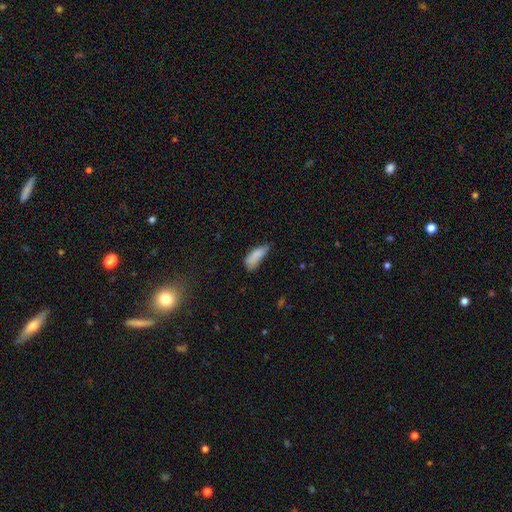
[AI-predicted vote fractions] smooth 83%, featured or disk 8%, star or artifact 8%. Down the decision tree: how rounded — in between (69%); merging — minor disturbance (42%).